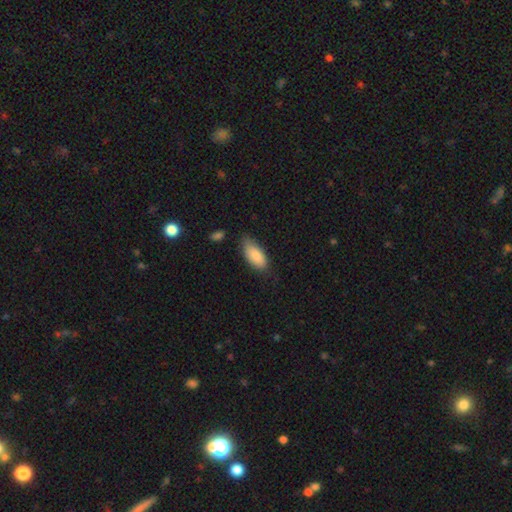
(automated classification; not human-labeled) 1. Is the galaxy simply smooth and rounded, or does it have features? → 86% smooth, 8% featured or disk, 6% star or artifact.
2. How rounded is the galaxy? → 89% in between, 9% cigar-shaped, 2% round.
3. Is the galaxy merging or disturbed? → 64% none, 29% minor disturbance, 5% major disturbance, 2% merger.